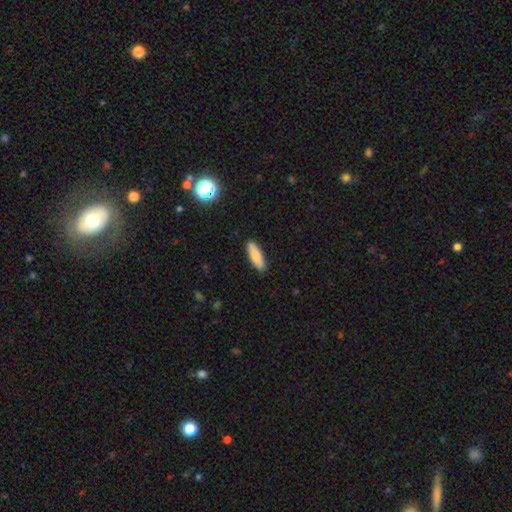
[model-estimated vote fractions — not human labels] The model was most divided on "how rounded": cigar-shaped: 50%, in between: 48%, round: 2%. More confident: merging — none (89%); smooth or featured — smooth (80%).